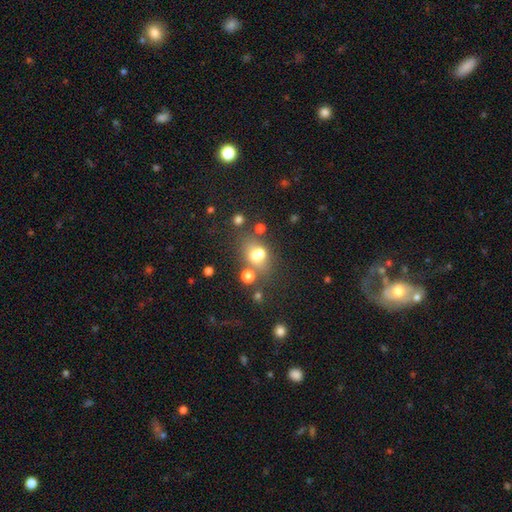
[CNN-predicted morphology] Q: Smooth or featured?
A: smooth (58%); runner-up: featured or disk (22%)
Q: How rounded?
A: in between (58%); runner-up: round (39%)
Q: Merging?
A: none (47%); runner-up: merger (33%)